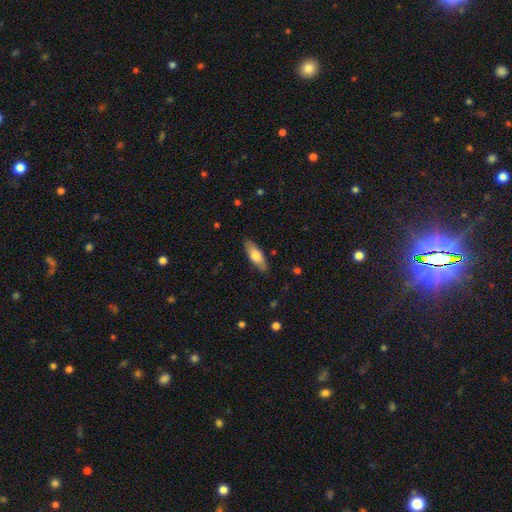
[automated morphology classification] Smooth or featured: smooth — 67% (featured or disk — 27%)
How rounded: in between — 67% (cigar-shaped — 31%)
Merging: none — 83% (minor disturbance — 13%)